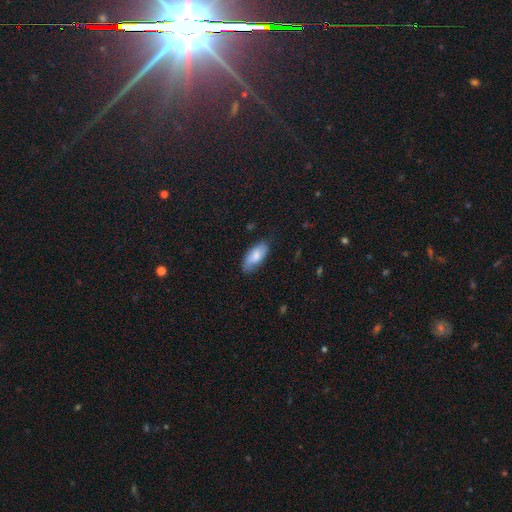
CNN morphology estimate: Smooth or featured? smooth (76%)
How rounded? in between (88%)
Merging? none (75%)